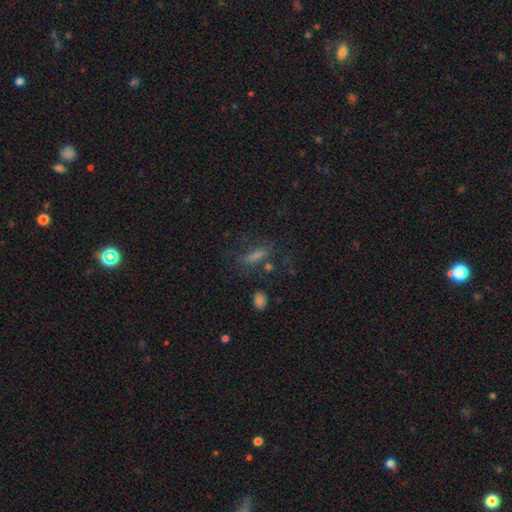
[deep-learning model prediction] smooth 54%, star or artifact 24%, featured or disk 22%. Down the decision tree: how rounded — cigar-shaped (66%); merging — none (66%).